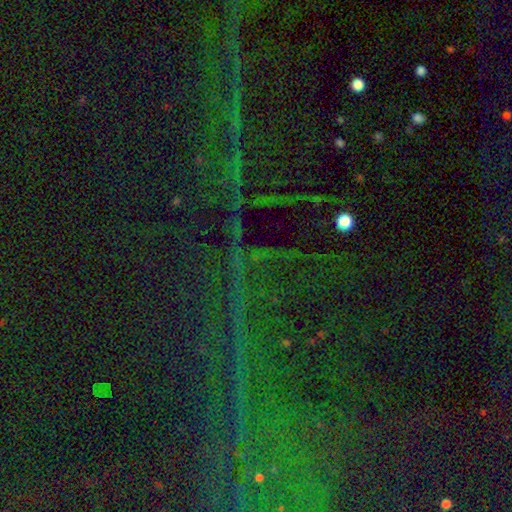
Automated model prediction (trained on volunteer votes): Smooth or featured? Predicted: star or artifact (p=0.84).